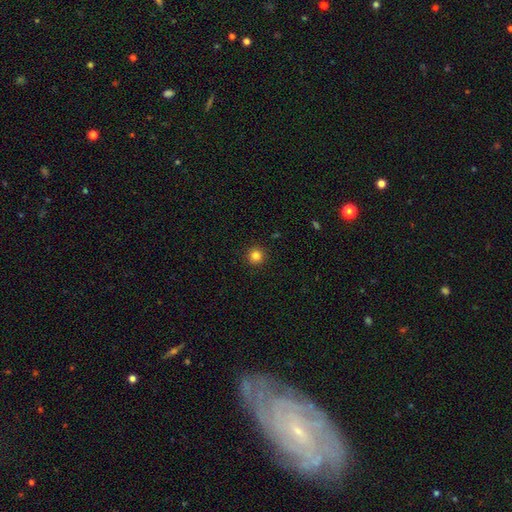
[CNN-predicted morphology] smooth 83%, star or artifact 12%, featured or disk 5%. Down the decision tree: how rounded — round (96%); merging — none (93%).